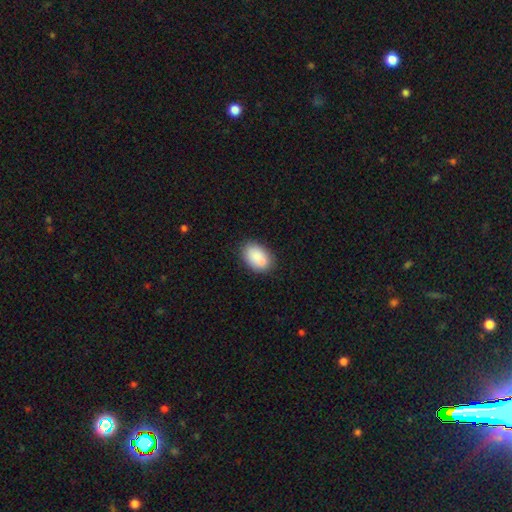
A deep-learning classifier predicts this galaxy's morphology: This appears to be a smooth galaxy with no disk features (82%) that is in between round and cigar-shaped (86%). Merging: none (66%).